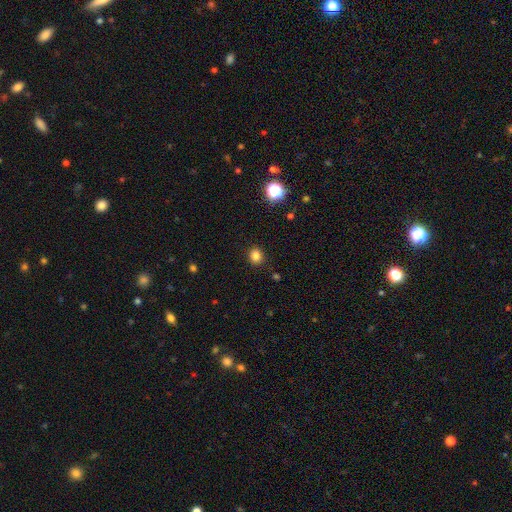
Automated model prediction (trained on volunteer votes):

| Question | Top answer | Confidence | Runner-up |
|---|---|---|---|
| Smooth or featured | smooth | 83% | star or artifact (13%) |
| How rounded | round | 78% | in between (21%) |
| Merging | none | 89% | minor disturbance (7%) |